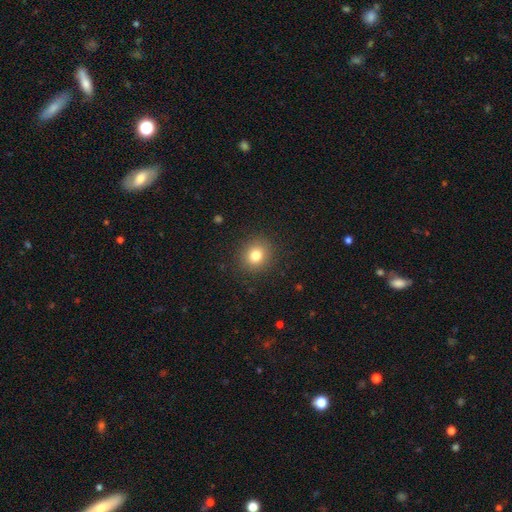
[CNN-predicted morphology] smooth-or-featured: smooth: 80% | star or artifact: 12% | featured or disk: 8%
  how-rounded: round: 85% | in between: 14% | cigar-shaped: 1%
  merging: none: 90% | minor disturbance: 7% | major disturbance: 3% | merger: 1%